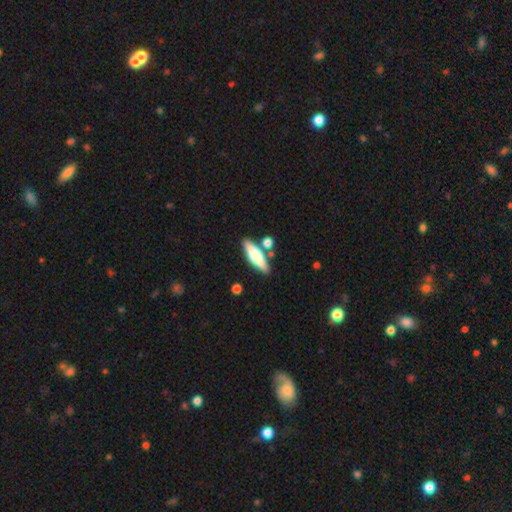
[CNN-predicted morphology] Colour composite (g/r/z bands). It shows a smooth galaxy with no disk features (51%) that is cigar-shaped (60%). Merging: none (76%).